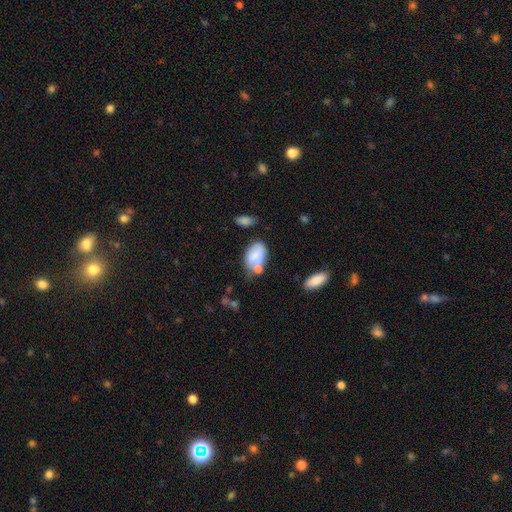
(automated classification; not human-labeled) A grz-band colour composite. It shows a smooth galaxy with no disk features (75%) that is in between round and cigar-shaped (90%). Merging: none (46%).